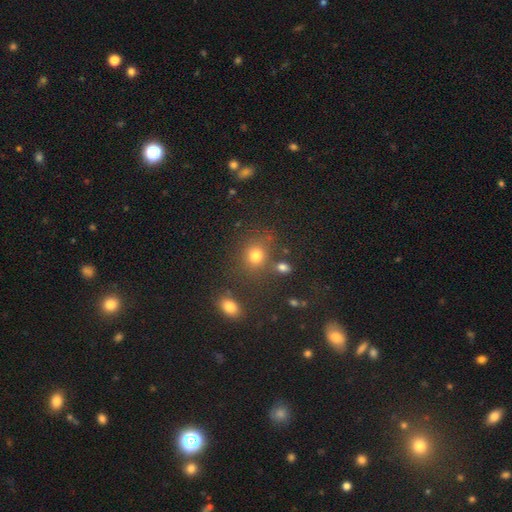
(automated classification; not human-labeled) A smooth galaxy with no disk features (76%) that is round (71%).

Vote fractions:
- Smooth or featured? smooth: 76% / star or artifact: 17% / featured or disk: 8%
- How rounded? round: 71% / in between: 28% / cigar-shaped: 1%
- Merging? none: 71% / minor disturbance: 12% / merger: 11% / major disturbance: 6%